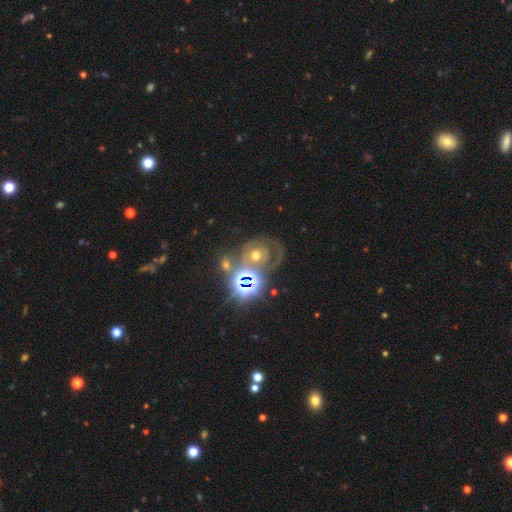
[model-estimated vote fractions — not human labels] Smooth or featured?
  - featured or disk: 45% *
  - star or artifact: 29%
  - smooth: 26%
Merging?
  - none: 42% *
  - major disturbance: 23%
  - merger: 18%
  - minor disturbance: 17%